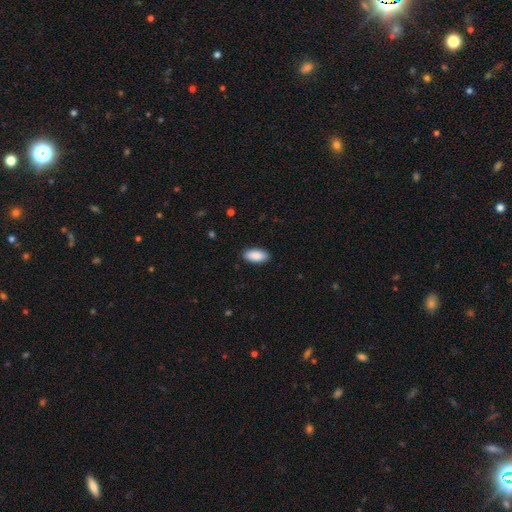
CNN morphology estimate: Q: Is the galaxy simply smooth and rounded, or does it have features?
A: smooth — 90%.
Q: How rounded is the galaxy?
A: in between — 92%.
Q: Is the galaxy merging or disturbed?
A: none — 89%.